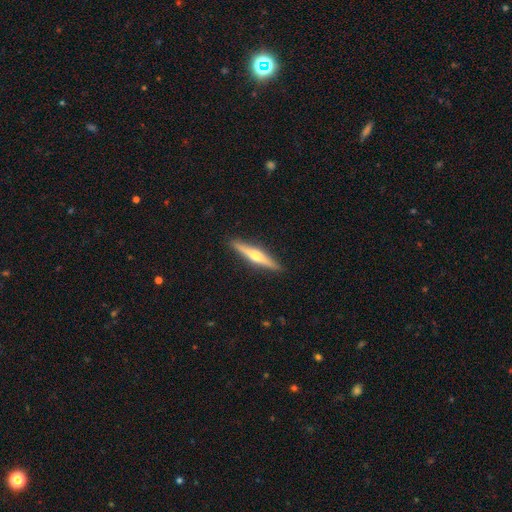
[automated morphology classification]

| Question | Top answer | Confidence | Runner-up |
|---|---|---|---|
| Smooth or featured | featured or disk | 69% | smooth (26%) |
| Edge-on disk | yes | 98% | no (2%) |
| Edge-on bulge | rounded | 92% | none (4%) |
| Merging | none | 92% | minor disturbance (6%) |